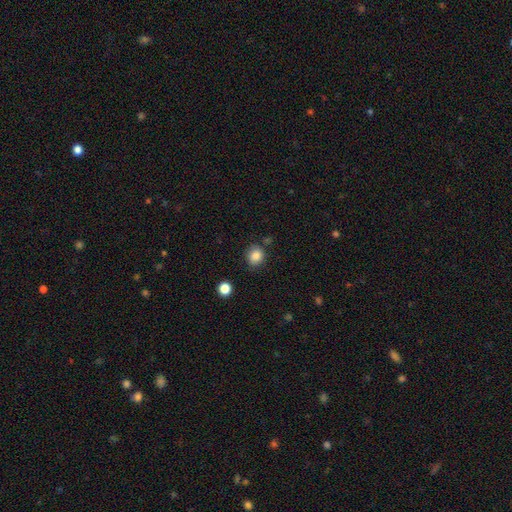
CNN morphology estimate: A smooth galaxy with no disk features (85%) that is round (78%). Merging: none (77%).